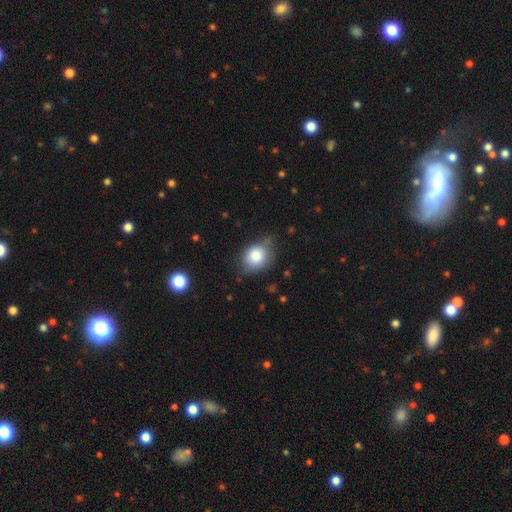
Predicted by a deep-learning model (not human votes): A smooth galaxy with no disk features (81%) that is round (53%). Merging: none (58%).